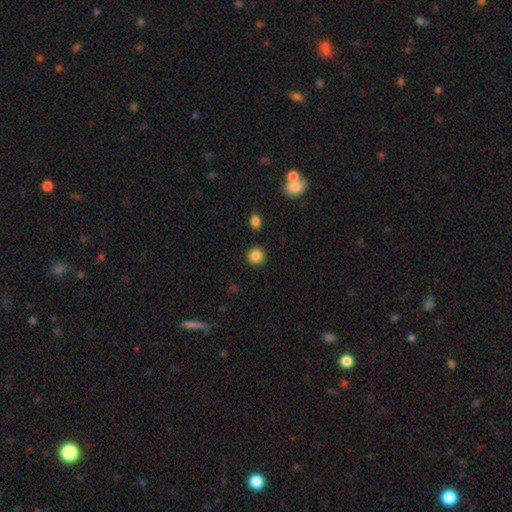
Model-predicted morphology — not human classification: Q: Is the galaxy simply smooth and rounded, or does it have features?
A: smooth — 86%.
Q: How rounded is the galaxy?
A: round — 91%.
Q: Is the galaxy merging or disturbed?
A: none — 90%.